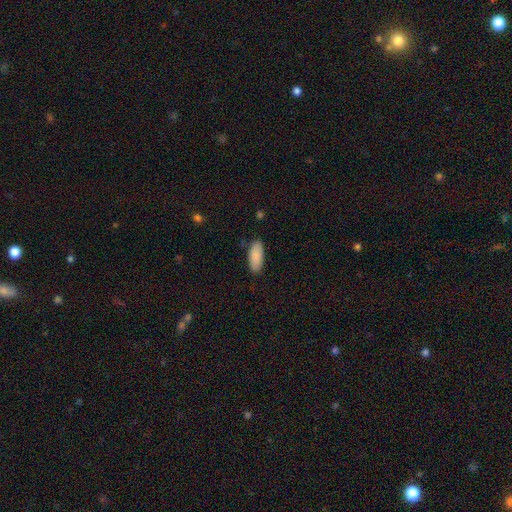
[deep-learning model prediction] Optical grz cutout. It shows a smooth galaxy with no disk features (89%) that is in between round and cigar-shaped (86%). Merging: none (84%).